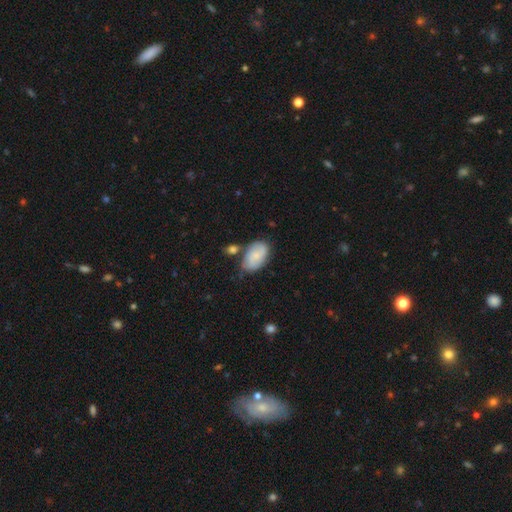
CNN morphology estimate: type=smooth (71%); roundness=in between (92%); merging=none (57%).